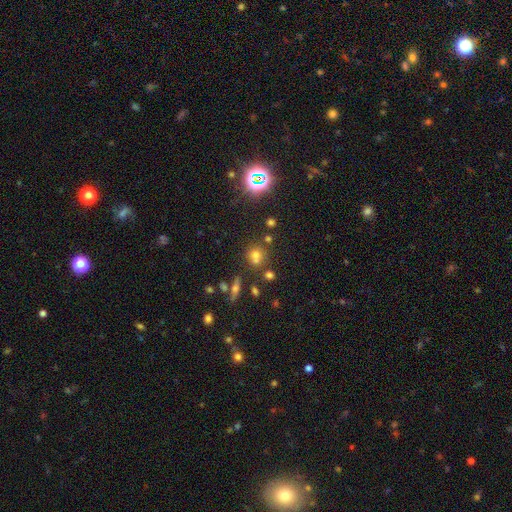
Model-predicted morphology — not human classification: Smooth or featured? Predicted: smooth (p=0.56). How rounded? Predicted: round (p=0.86). Merging? Predicted: none (p=0.58).